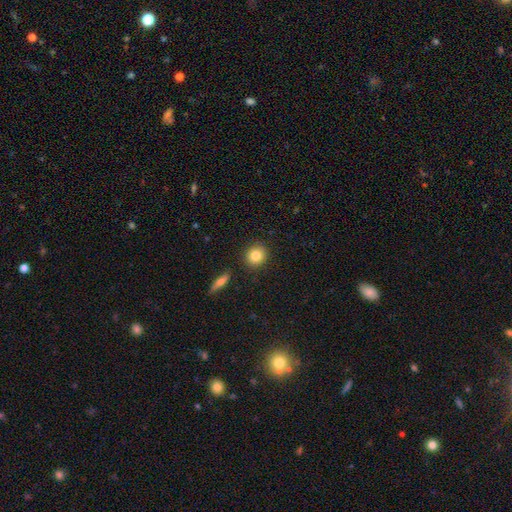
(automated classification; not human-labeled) Overall: smooth (84%). How rounded: round (83%). Merging: none (89%).